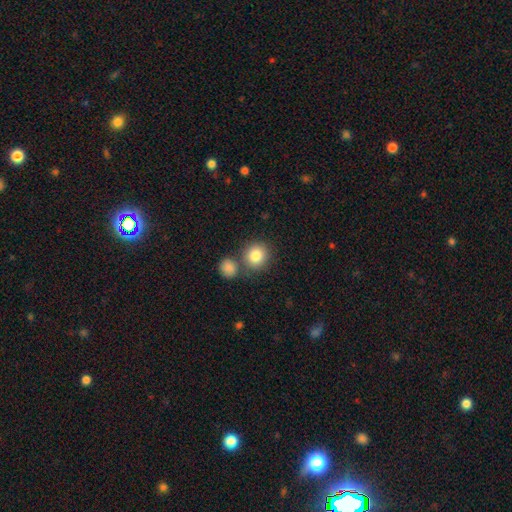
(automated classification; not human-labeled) Smooth or featured: smooth — 84% (star or artifact — 9%)
How rounded: round — 87% (in between — 12%)
Merging: none — 69% (merger — 19%)